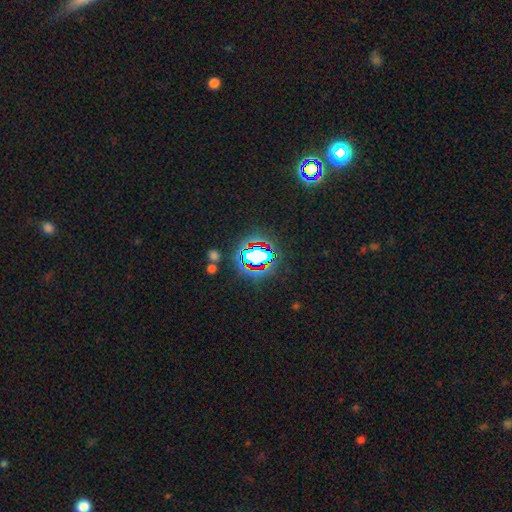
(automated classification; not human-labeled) Q: Smooth or featured?
A: star or artifact (66%); runner-up: smooth (21%)